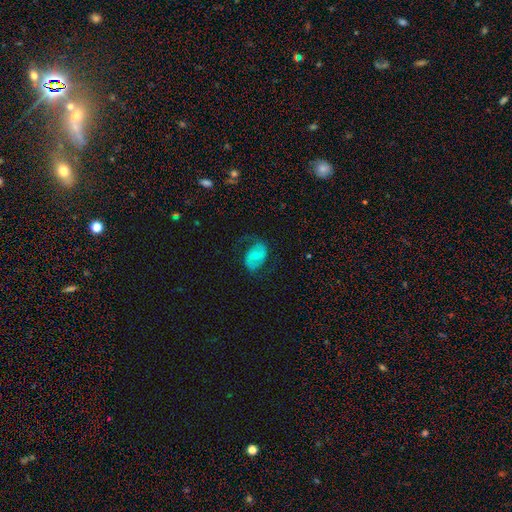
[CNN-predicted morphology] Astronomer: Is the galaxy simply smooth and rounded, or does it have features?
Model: featured or disk — 69%.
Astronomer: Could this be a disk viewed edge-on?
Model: no — 97%.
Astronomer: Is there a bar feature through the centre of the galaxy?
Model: weak — 44% (runner-up: no, 36%).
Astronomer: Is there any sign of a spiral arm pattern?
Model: yes — 86%.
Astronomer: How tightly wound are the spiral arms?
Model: medium — 45% (runner-up: loose, 39%).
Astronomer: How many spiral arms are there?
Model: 2 — 84%.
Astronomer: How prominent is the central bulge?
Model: small — 46% (runner-up: moderate, 45%).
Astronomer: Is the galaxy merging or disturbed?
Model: none — 62%.